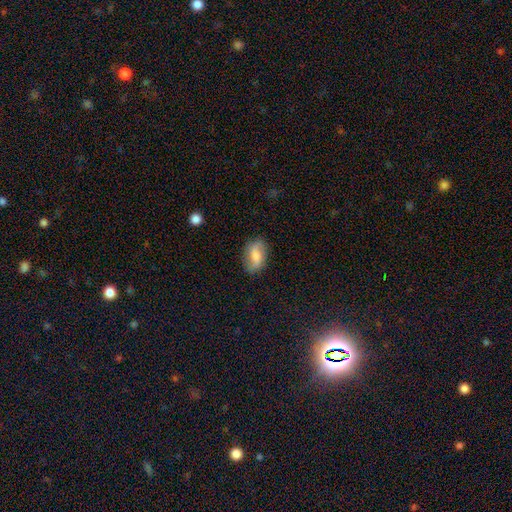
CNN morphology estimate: smooth 62%, featured or disk 30%, star or artifact 8%. Down the decision tree: how rounded — in between (90%); merging — none (80%).